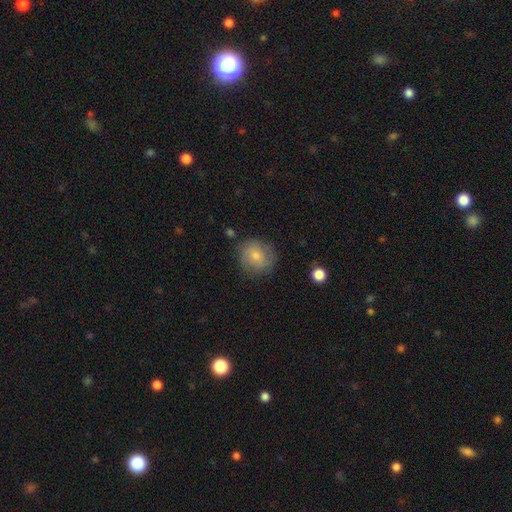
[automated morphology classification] smooth 69%, featured or disk 24%, star or artifact 7%. Down the decision tree: how rounded — round (83%); merging — none (74%).